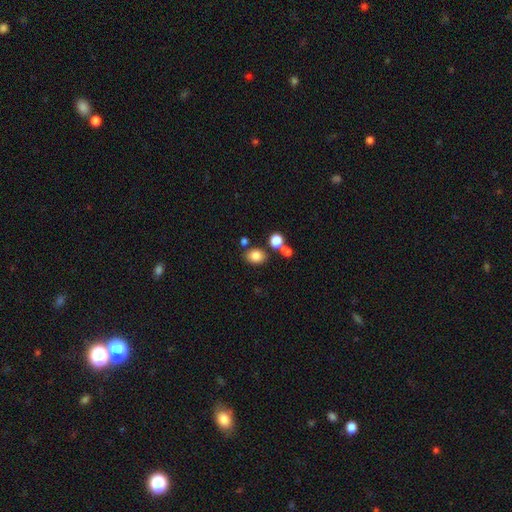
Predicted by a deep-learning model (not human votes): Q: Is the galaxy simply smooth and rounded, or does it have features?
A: smooth — 82%.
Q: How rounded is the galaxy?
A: in between — 60%.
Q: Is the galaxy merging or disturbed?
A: none — 74%.